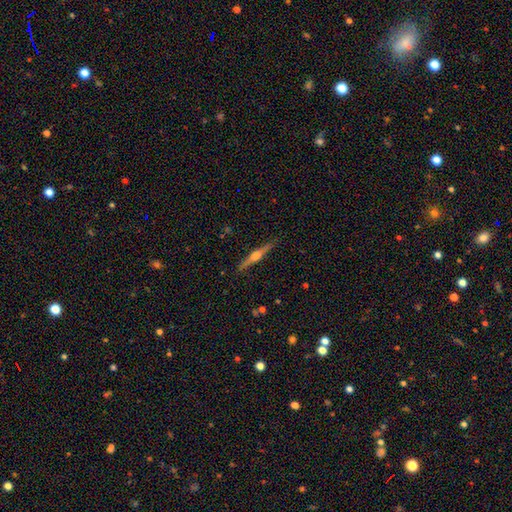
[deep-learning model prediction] featured or disk 75%, smooth 19%, star or artifact 6%. Down the decision tree: edge-on disk — yes (98%); edge-on bulge — rounded (89%); merging — none (90%).